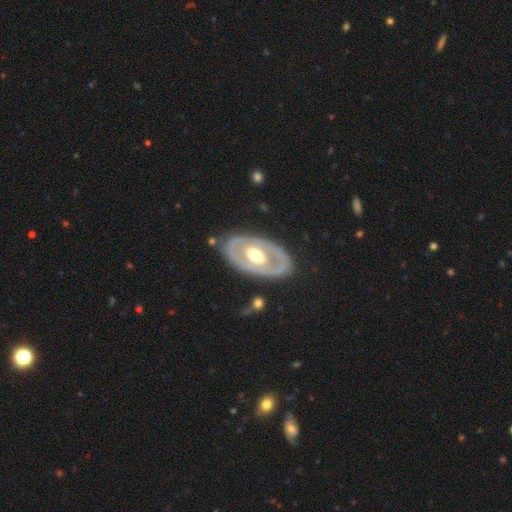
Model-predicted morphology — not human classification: Q: Smooth or featured?
A: featured or disk (68%); runner-up: smooth (28%)
Q: Edge-on disk?
A: no (90%); runner-up: yes (10%)
Q: Bar?
A: no (72%); runner-up: weak (19%)
Q: Spiral arms?
A: no (79%); runner-up: yes (21%)
Q: Bulge size?
A: moderate (72%); runner-up: large (18%)
Q: Merging?
A: none (79%); runner-up: minor disturbance (14%)